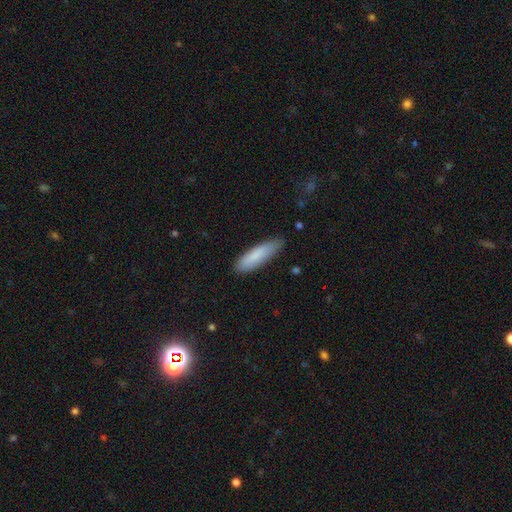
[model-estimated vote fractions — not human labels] A smooth galaxy with no disk features (84%) that is cigar-shaped (67%).

Vote fractions:
- Smooth or featured? smooth: 84% / featured or disk: 10% / star or artifact: 6%
- How rounded? cigar-shaped: 67% / in between: 32% / round: 1%
- Merging? none: 80% / minor disturbance: 16% / major disturbance: 3% / merger: 1%